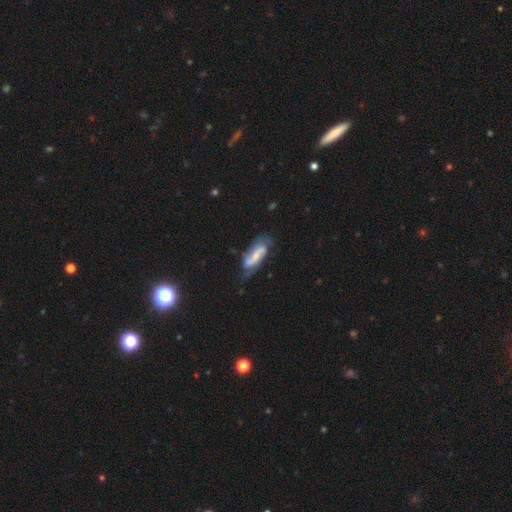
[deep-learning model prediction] Smooth or featured? Predicted: featured or disk (p=0.65). Edge-on disk? Predicted: no (p=0.88). Bar? Predicted: strong (p=0.38). Spiral arms? Predicted: yes (p=0.86). Bulge size? Predicted: small (p=0.38). Merging? Predicted: none (p=0.54).